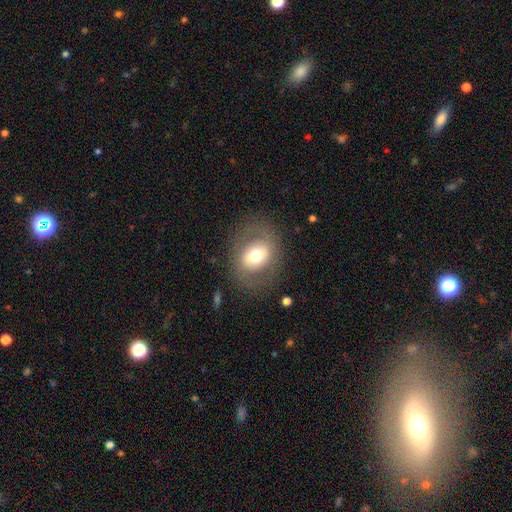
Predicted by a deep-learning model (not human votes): smooth-or-featured: smooth: 54% | featured or disk: 37% | star or artifact: 9%
  how-rounded: round: 51% | in between: 47% | cigar-shaped: 1%
  merging: none: 78% | minor disturbance: 12% | major disturbance: 9% | merger: 1%